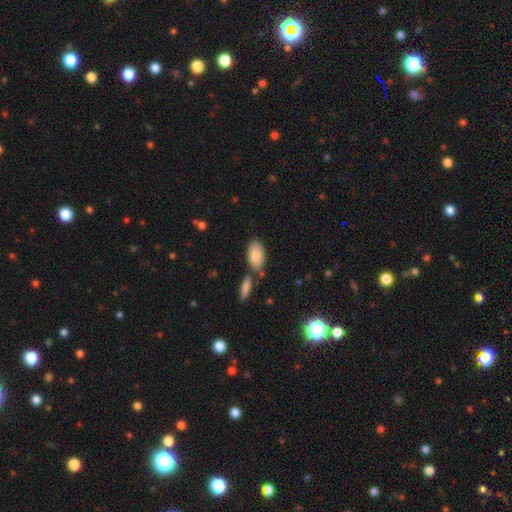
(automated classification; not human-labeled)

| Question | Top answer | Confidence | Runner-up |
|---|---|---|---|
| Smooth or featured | smooth | 84% | featured or disk (10%) |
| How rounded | in between | 94% | cigar-shaped (3%) |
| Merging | none | 64% | merger (19%) |